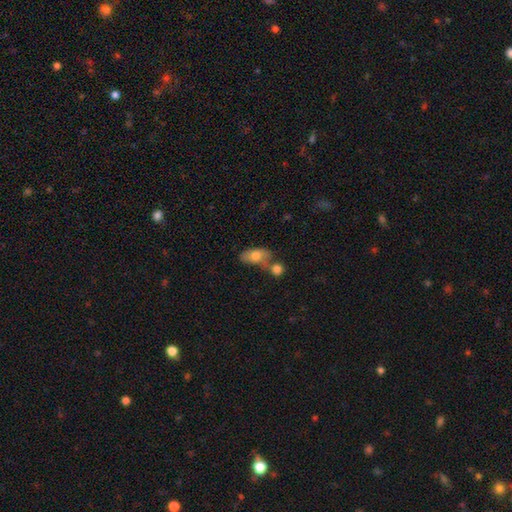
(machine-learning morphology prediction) A smooth galaxy with no disk features (73%) that is in between round and cigar-shaped (87%).

Vote fractions:
- Smooth or featured? smooth: 73% / featured or disk: 19% / star or artifact: 8%
- How rounded? in between: 87% / round: 8% / cigar-shaped: 5%
- Merging? none: 40% / merger: 38% / minor disturbance: 15% / major disturbance: 7%